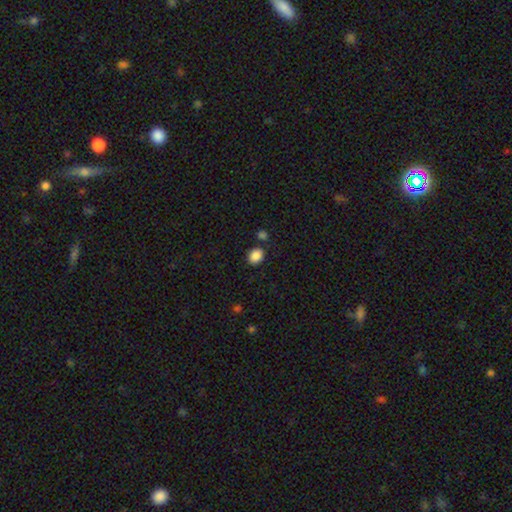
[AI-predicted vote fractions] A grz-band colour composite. It shows a smooth galaxy with no disk features (87%) that is in between round and cigar-shaped (54%). Merging: none (79%).